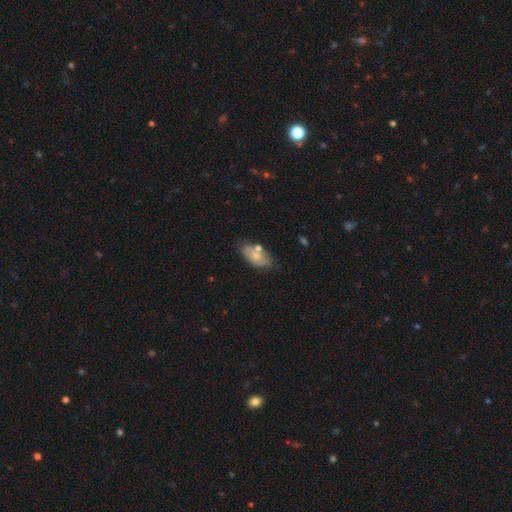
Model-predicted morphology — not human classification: Smooth or featured?
  - smooth: 64% *
  - featured or disk: 29%
  - star or artifact: 7%
How rounded?
  - in between: 92% *
  - round: 5%
  - cigar-shaped: 3%
Merging?
  - none: 57% *
  - minor disturbance: 23%
  - merger: 14%
  - major disturbance: 6%